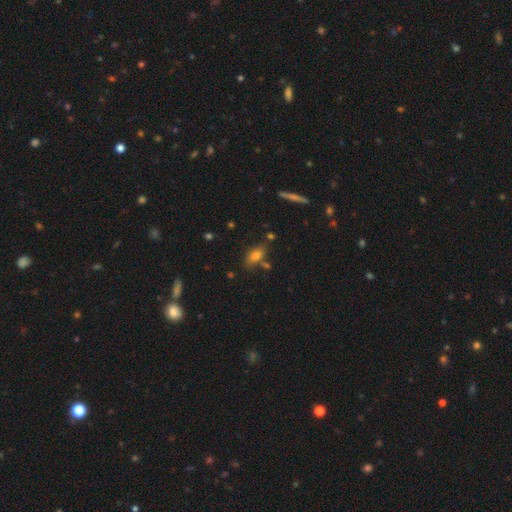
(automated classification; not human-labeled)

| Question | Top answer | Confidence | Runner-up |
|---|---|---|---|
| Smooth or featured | smooth | 75% | featured or disk (14%) |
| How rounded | in between | 83% | cigar-shaped (10%) |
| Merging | none | 68% | minor disturbance (16%) |